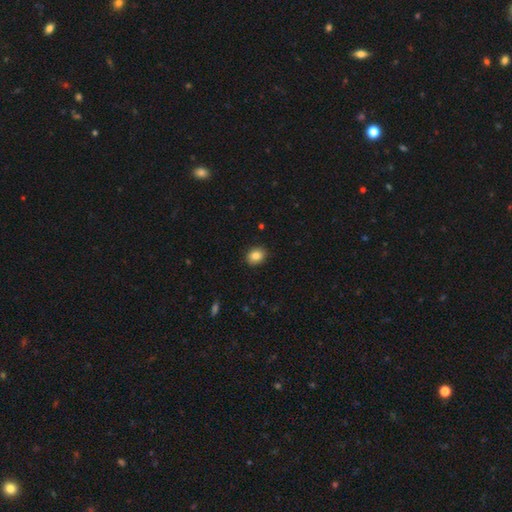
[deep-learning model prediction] smooth 85%, star or artifact 9%, featured or disk 6%. Down the decision tree: how rounded — round (52%); merging — none (89%).